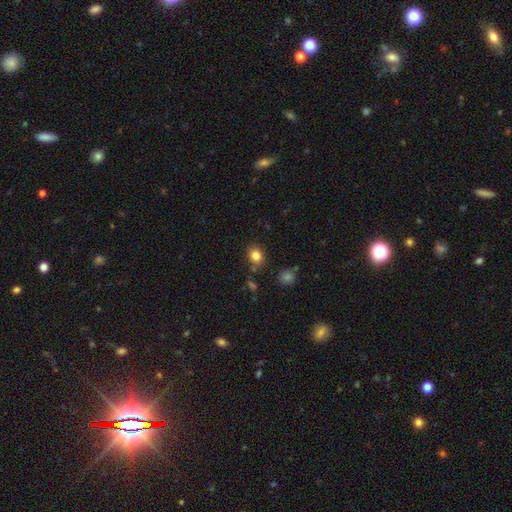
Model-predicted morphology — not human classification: smooth-or-featured: smooth: 83% | star or artifact: 11% | featured or disk: 6%
  how-rounded: round: 55% | in between: 44% | cigar-shaped: 1%
  merging: none: 80% | minor disturbance: 12% | merger: 4% | major disturbance: 4%